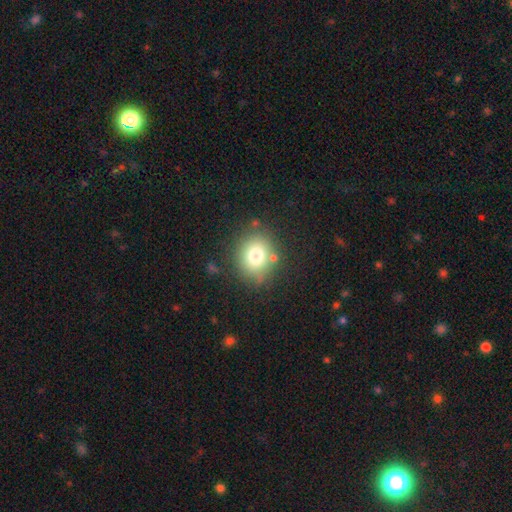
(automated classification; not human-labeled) smooth 77%, star or artifact 12%, featured or disk 11%. Down the decision tree: how rounded — round (70%); merging — none (77%).